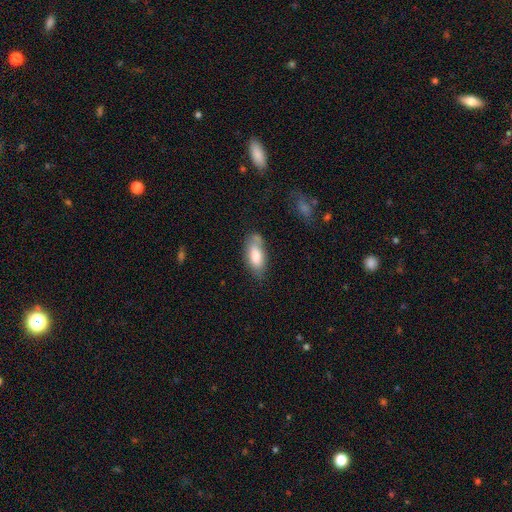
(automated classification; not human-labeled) Q: Smooth or featured?
A: smooth (79%); runner-up: featured or disk (15%)
Q: How rounded?
A: in between (82%); runner-up: cigar-shaped (16%)
Q: Merging?
A: none (62%); runner-up: minor disturbance (26%)